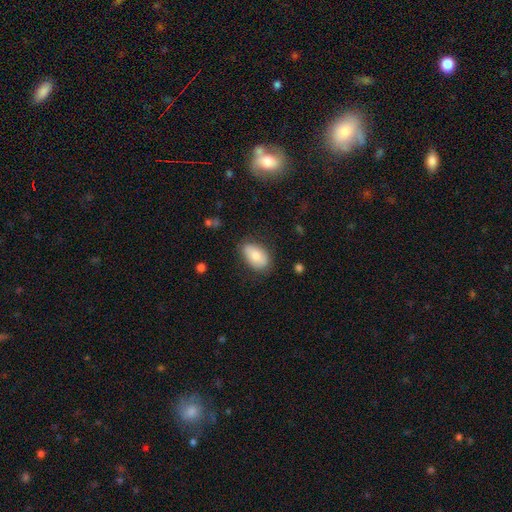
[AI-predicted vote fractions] A smooth galaxy with no disk features (74%) that is in between round and cigar-shaped (91%). Merging: none (75%).